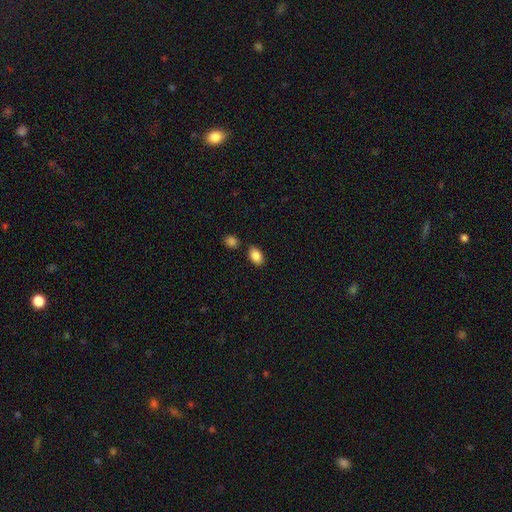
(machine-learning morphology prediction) Q: Smooth or featured?
A: smooth (87%); runner-up: star or artifact (8%)
Q: How rounded?
A: in between (86%); runner-up: round (13%)
Q: Merging?
A: none (79%); runner-up: minor disturbance (11%)